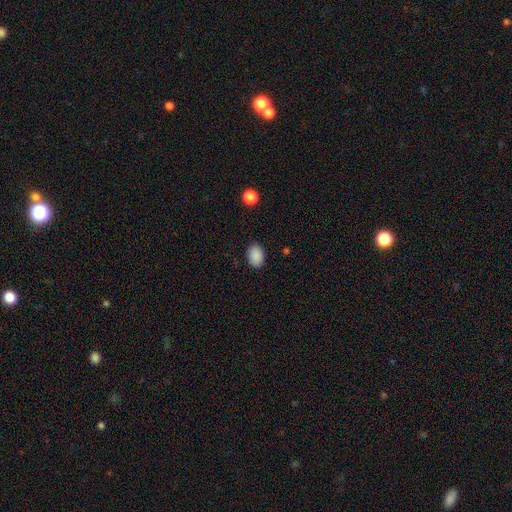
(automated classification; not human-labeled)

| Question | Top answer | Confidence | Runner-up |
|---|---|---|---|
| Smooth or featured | smooth | 89% | star or artifact (8%) |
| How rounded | in between | 79% | round (20%) |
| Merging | none | 88% | minor disturbance (8%) |